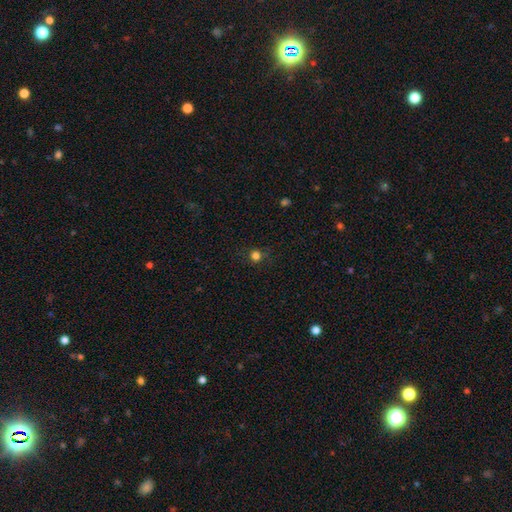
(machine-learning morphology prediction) Smooth or featured? smooth (77%)
How rounded? round (93%)
Merging? none (87%)